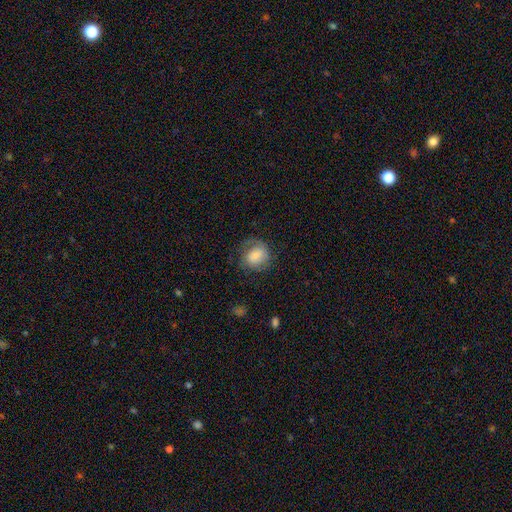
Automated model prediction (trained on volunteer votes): Overall: smooth (56%; featured or disk 35%). How rounded: round (69%; in between 30%). Merging: none (60%; minor disturbance 22%).